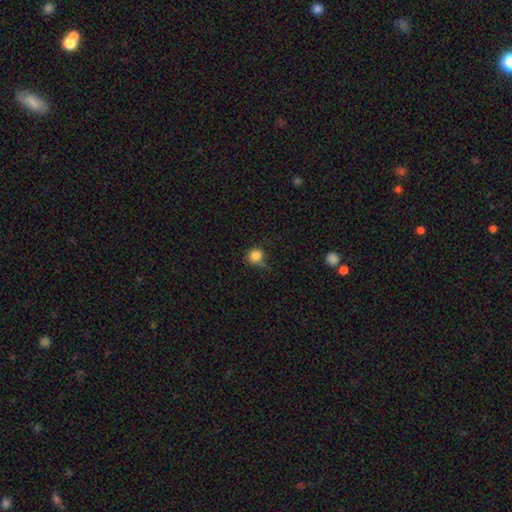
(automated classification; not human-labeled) Smooth or featured? Predicted: smooth (p=0.83). How rounded? Predicted: round (p=0.87). Merging? Predicted: none (p=0.60).